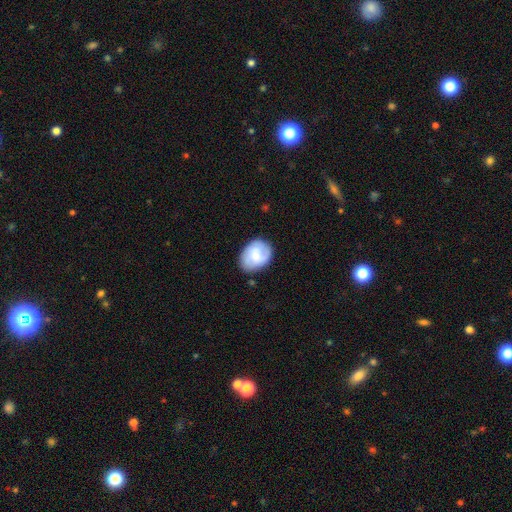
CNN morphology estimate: A smooth galaxy with no disk features (53%) that is in between round and cigar-shaped (59%).

Vote fractions:
- Smooth or featured? smooth: 53% / featured or disk: 40% / star or artifact: 6%
- How rounded? in between: 59% / round: 40% / cigar-shaped: 1%
- Merging? none: 78% / minor disturbance: 17% / major disturbance: 4% / merger: 2%